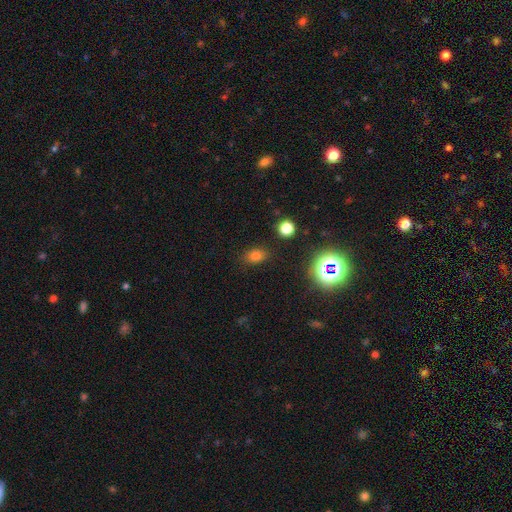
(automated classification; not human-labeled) A smooth galaxy with no disk features (73%) that is in between round and cigar-shaped (69%). Merging: none (82%).